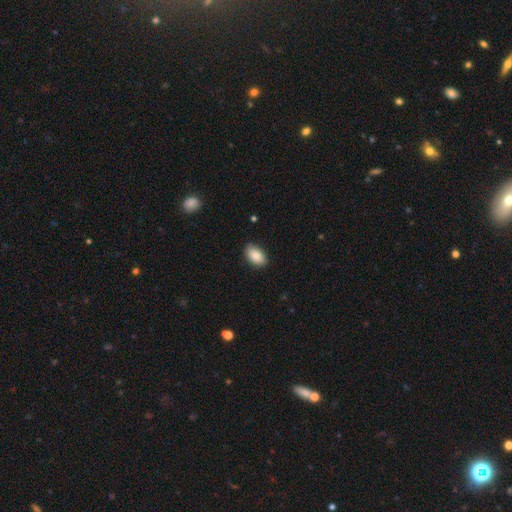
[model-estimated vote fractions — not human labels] smooth-or-featured: smooth: 89% | star or artifact: 7% | featured or disk: 4%
  how-rounded: in between: 93% | round: 6% | cigar-shaped: 2%
  merging: none: 86% | minor disturbance: 11% | major disturbance: 2% | merger: 1%